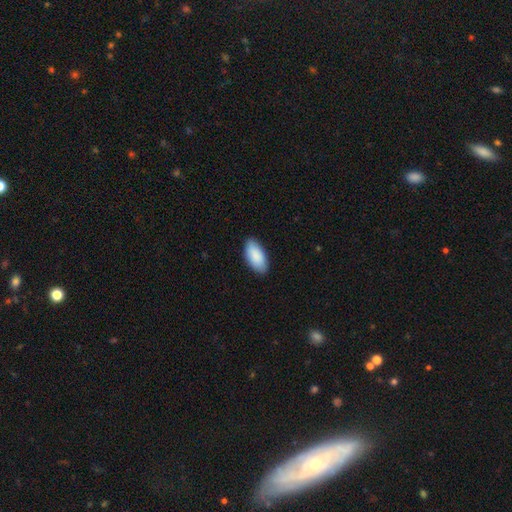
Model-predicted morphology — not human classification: Smooth or featured: smooth — 90% (star or artifact — 5%)
How rounded: in between — 93% (cigar-shaped — 5%)
Merging: none — 87% (minor disturbance — 10%)